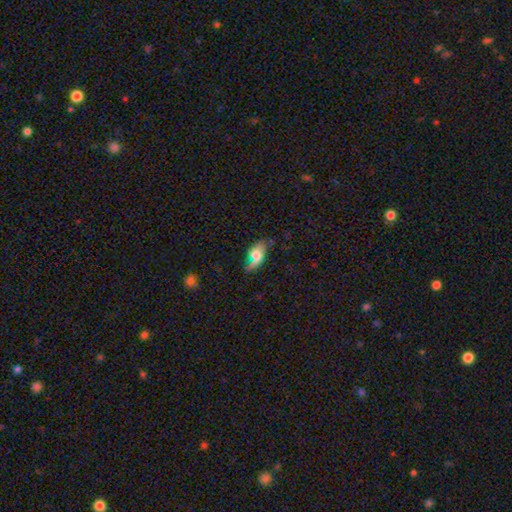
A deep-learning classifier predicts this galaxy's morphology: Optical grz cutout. It shows a smooth galaxy with no disk features (62%) that is in between round and cigar-shaped (81%). Merging: none (57%).